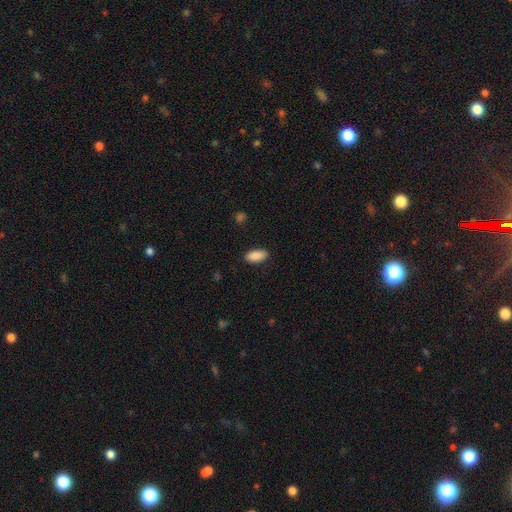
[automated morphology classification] smooth 89%, star or artifact 6%, featured or disk 4%. Down the decision tree: how rounded — in between (91%); merging — none (88%).